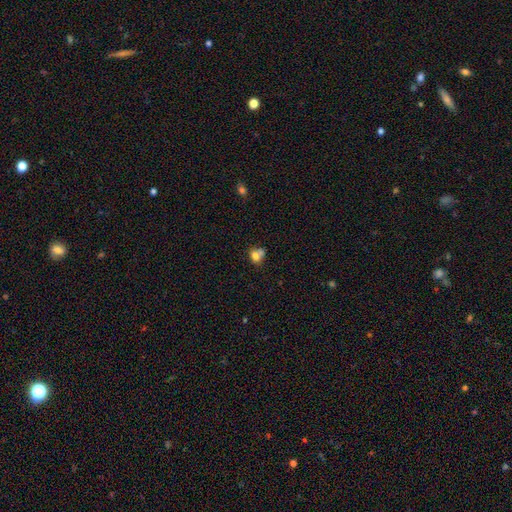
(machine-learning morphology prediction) Q: Smooth or featured?
A: smooth (73%); runner-up: featured or disk (15%)
Q: How rounded?
A: round (66%); runner-up: in between (33%)
Q: Merging?
A: merger (44%); runner-up: none (37%)